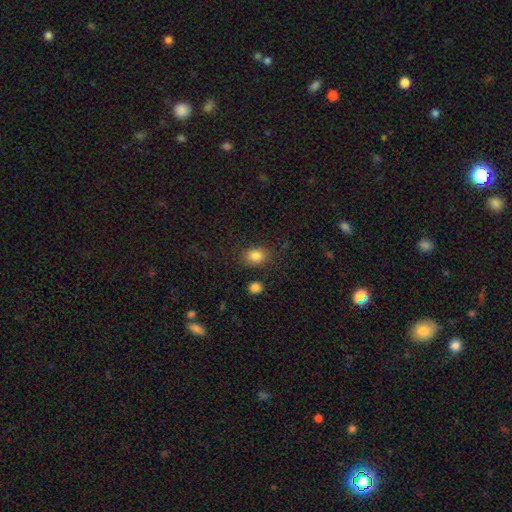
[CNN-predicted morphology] Smooth or featured: smooth — 85% (star or artifact — 10%)
How rounded: in between — 64% (round — 35%)
Merging: none — 81% (minor disturbance — 11%)